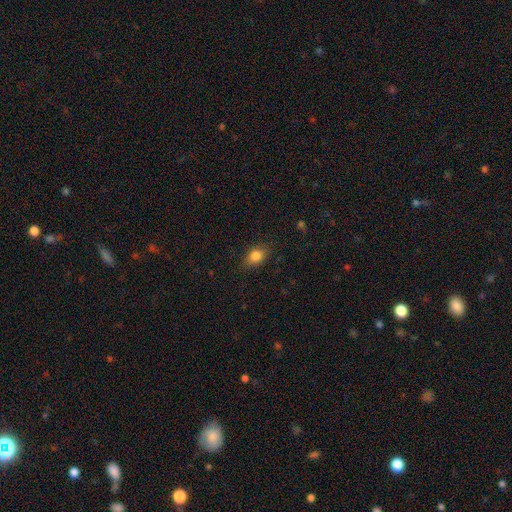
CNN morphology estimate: A smooth galaxy with no disk features (82%) that is in between round and cigar-shaped (75%).

Vote fractions:
- Smooth or featured? smooth: 82% / star or artifact: 10% / featured or disk: 9%
- How rounded? in between: 75% / round: 22% / cigar-shaped: 4%
- Merging? none: 80% / minor disturbance: 16% / major disturbance: 4% / merger: 1%